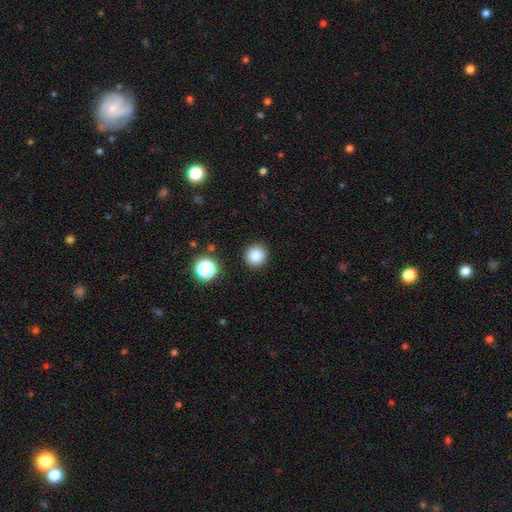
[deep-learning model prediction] smooth-or-featured: smooth: 85% | star or artifact: 12% | featured or disk: 4%
  how-rounded: round: 94% | in between: 5% | cigar-shaped: 1%
  merging: none: 91% | minor disturbance: 5% | major disturbance: 2% | merger: 2%